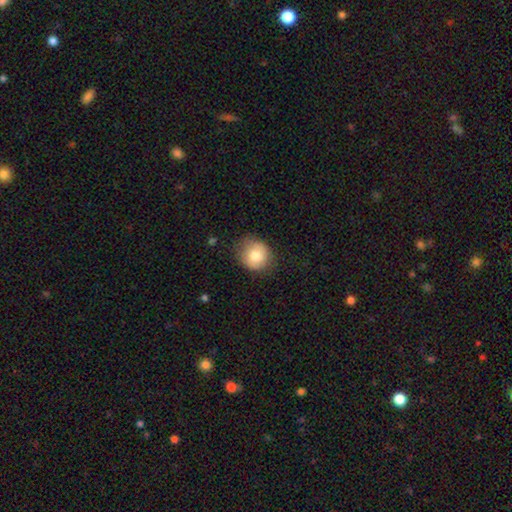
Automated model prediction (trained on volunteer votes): smooth_or_featured: smooth (p=0.79) [alt: featured or disk p=0.13]
how_rounded: round (p=0.75) [alt: in between p=0.24]
merging: none (p=0.69) [alt: minor disturbance p=0.24]